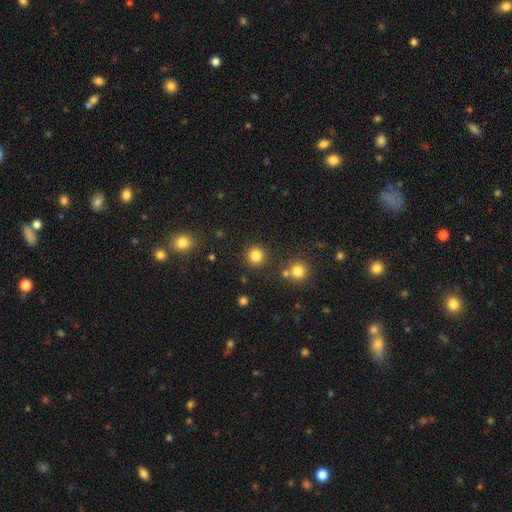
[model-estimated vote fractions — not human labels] Smooth or featured: smooth — 83% (star or artifact — 12%)
How rounded: round — 94% (in between — 5%)
Merging: none — 88% (minor disturbance — 6%)